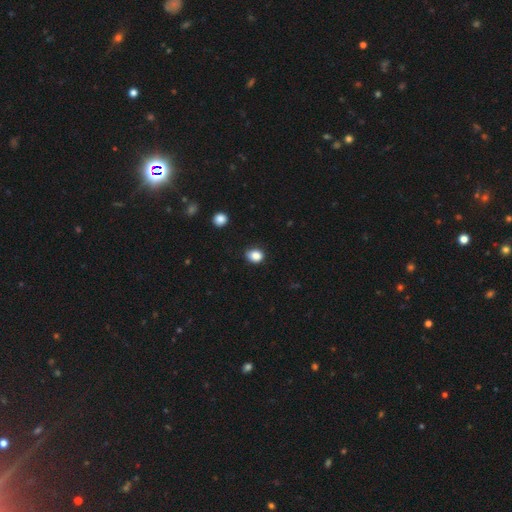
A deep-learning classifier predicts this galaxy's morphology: Q: Smooth or featured?
A: smooth (86%); runner-up: star or artifact (10%)
Q: How rounded?
A: round (57%); runner-up: in between (42%)
Q: Merging?
A: none (79%); runner-up: minor disturbance (16%)